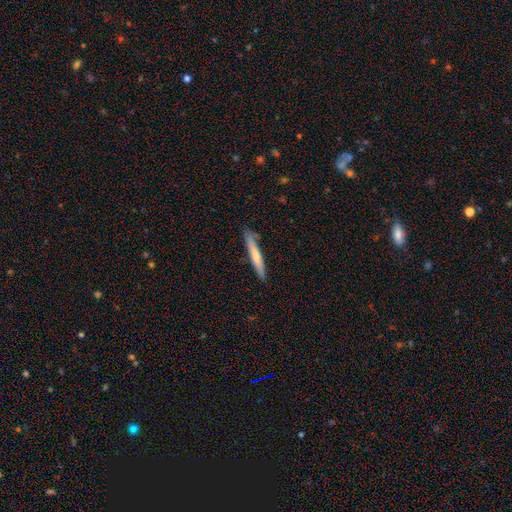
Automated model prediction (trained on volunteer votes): This appears to be a smooth galaxy with no disk features (65%) that is cigar-shaped (95%). Merging: none (84%).